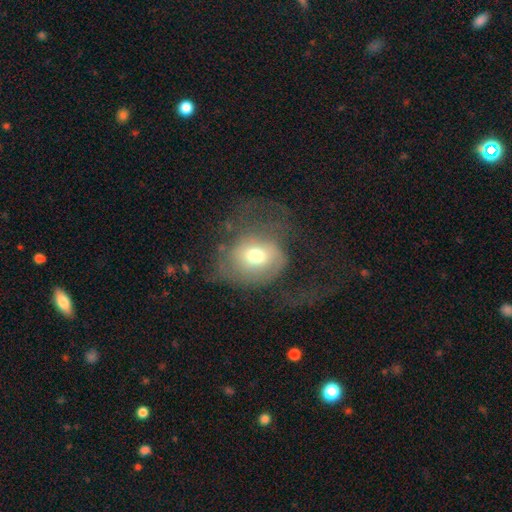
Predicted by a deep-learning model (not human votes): Morphology: type=smooth (51%); roundness=round (62%); merging=major disturbance (47%).